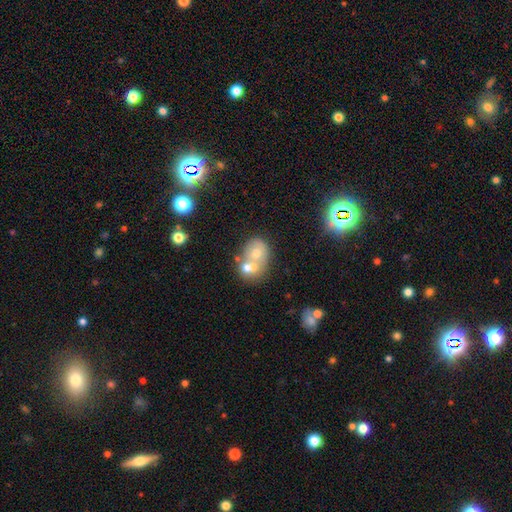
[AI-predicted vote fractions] Smooth or featured? smooth (55%)
How rounded? round (53%)
Merging? merger (65%)